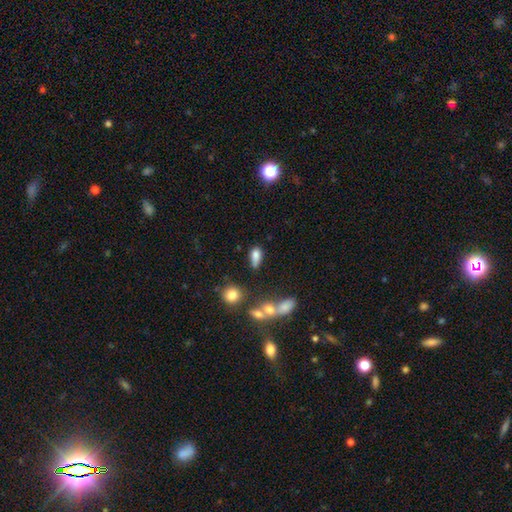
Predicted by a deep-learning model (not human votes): Q: Smooth or featured?
A: smooth (77%); runner-up: star or artifact (11%)
Q: How rounded?
A: in between (78%); runner-up: round (13%)
Q: Merging?
A: none (47%); runner-up: minor disturbance (25%)